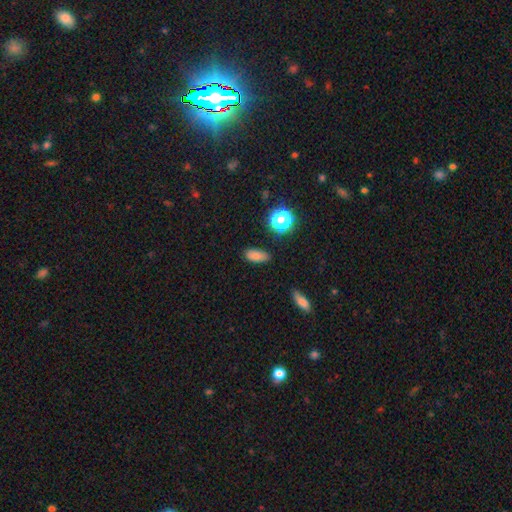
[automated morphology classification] Smooth or featured: smooth — 81% (star or artifact — 14%)
How rounded: in between — 78% (cigar-shaped — 16%)
Merging: none — 83% (minor disturbance — 12%)